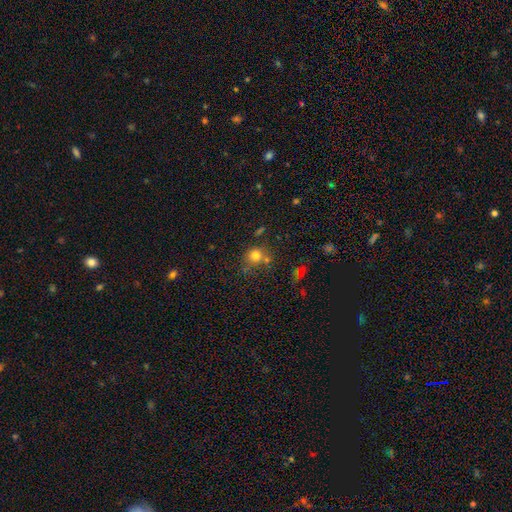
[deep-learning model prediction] A smooth galaxy with no disk features (76%) that is round (82%).

Vote fractions:
- Smooth or featured? smooth: 76% / star or artifact: 15% / featured or disk: 9%
- How rounded? round: 82% / in between: 17% / cigar-shaped: 1%
- Merging? none: 57% / merger: 20% / minor disturbance: 17% / major disturbance: 7%